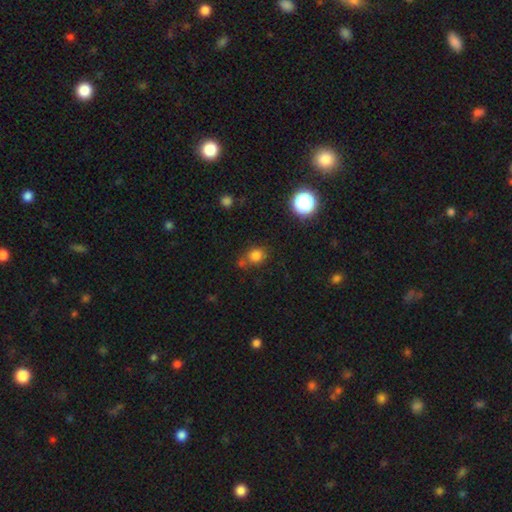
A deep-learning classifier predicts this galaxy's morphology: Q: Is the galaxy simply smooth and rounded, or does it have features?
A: smooth — 78%.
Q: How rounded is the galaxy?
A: round — 71%.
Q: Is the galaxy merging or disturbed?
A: none — 59%.